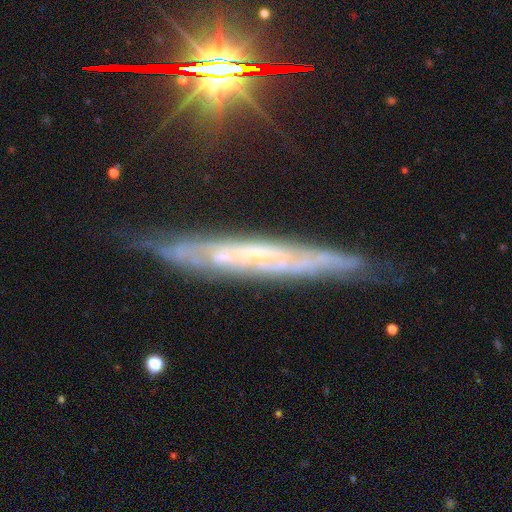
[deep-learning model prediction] Smooth or featured: featured or disk — 74% (smooth — 15%)
Edge-on disk: yes — 68% (no — 32%)
Edge-on bulge: none — 74% (rounded — 18%)
Merging: none — 73% (minor disturbance — 20%)